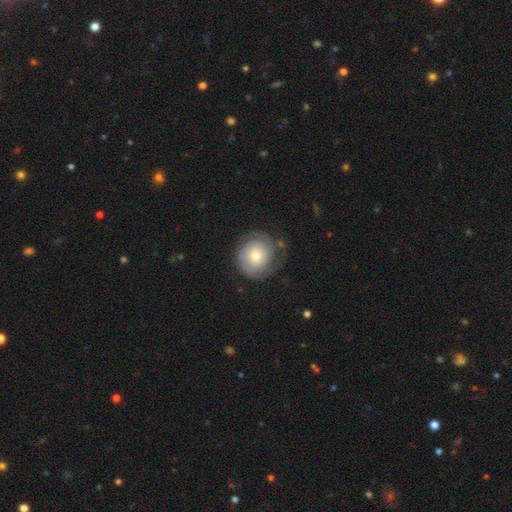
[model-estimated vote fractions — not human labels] Smooth or featured? Predicted: featured or disk (p=0.53). Edge-on disk? Predicted: no (p=0.97). Bar? Predicted: no (p=0.82). Spiral arms? Predicted: yes (p=0.74). Bulge size? Predicted: small (p=0.47). Merging? Predicted: none (p=0.66).